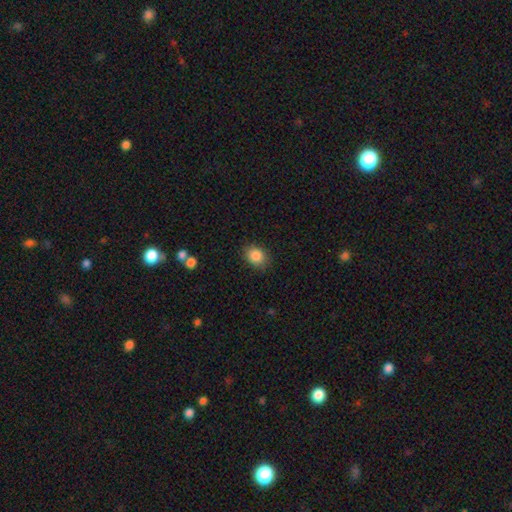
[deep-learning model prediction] This is clearly a smooth galaxy (86%). How rounded: possibly round (53%). Merging: clearly none (80%).